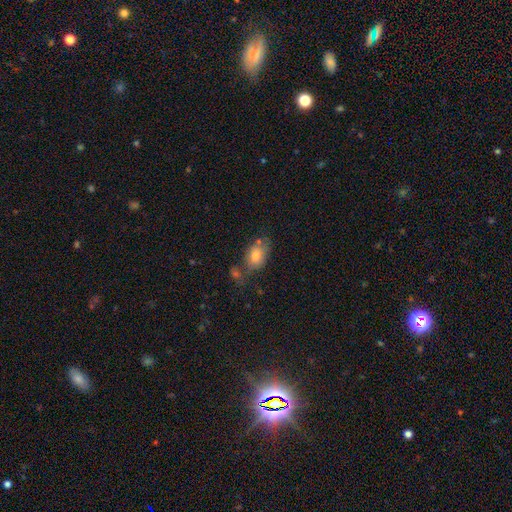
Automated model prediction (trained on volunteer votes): The model was most divided on "merging": none: 53%, minor disturbance: 21%, merger: 18%, major disturbance: 8%. More confident: how rounded — in between (78%); smooth or featured — smooth (76%).